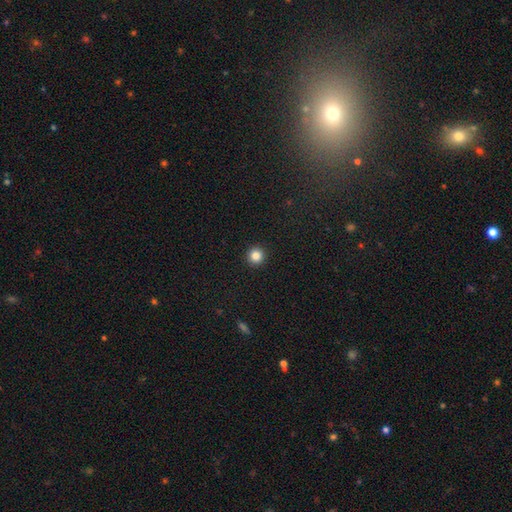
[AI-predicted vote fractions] Smooth or featured: smooth — 85% (star or artifact — 11%)
How rounded: round — 96% (in between — 3%)
Merging: none — 94% (minor disturbance — 4%)